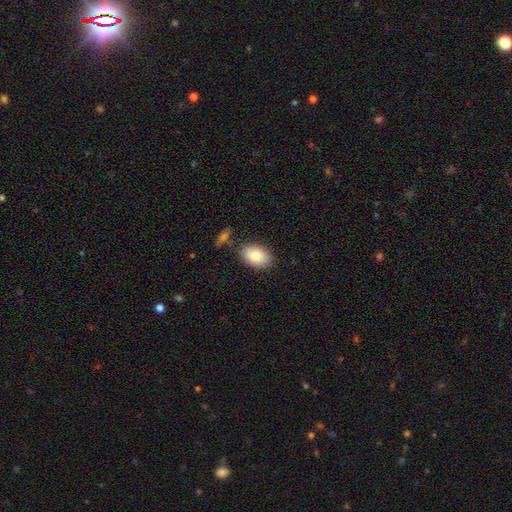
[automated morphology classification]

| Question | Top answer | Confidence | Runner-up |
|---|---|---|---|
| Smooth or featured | smooth | 81% | featured or disk (12%) |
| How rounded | in between | 88% | round (11%) |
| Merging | none | 82% | minor disturbance (11%) |